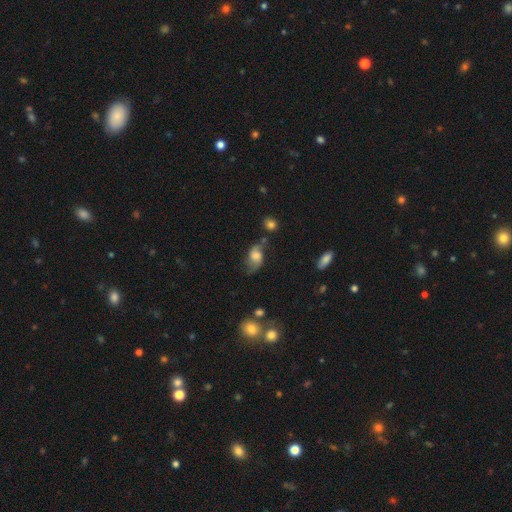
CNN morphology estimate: This appears to be a featured or disk galaxy (51%). Merging: none (53%).